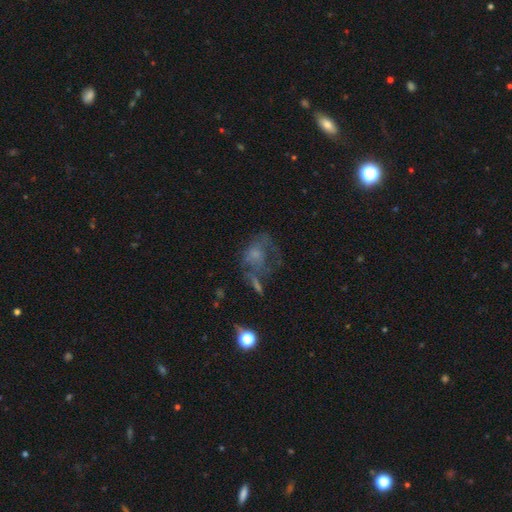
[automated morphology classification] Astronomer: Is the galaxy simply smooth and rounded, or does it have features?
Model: featured or disk — 47% (runner-up: smooth, 33%).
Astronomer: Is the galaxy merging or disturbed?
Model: major disturbance — 37% (runner-up: none, 33%).